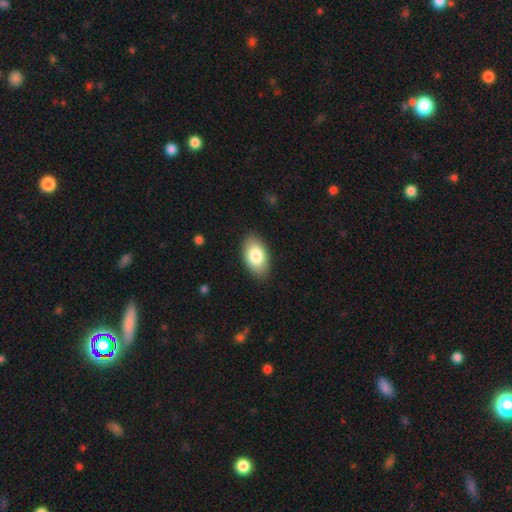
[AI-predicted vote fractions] A smooth galaxy with no disk features (82%) that is in between round and cigar-shaped (94%). Merging: none (87%).